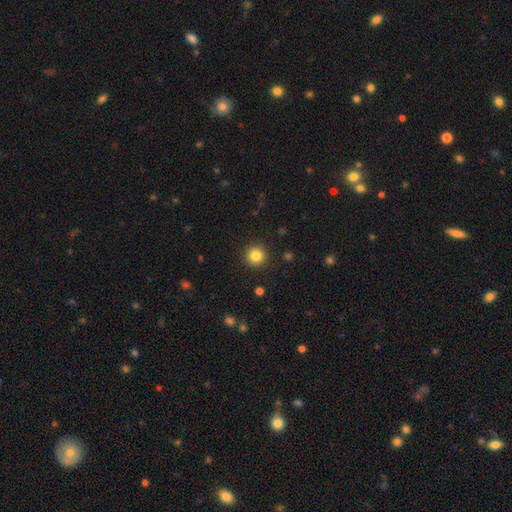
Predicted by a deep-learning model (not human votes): Q: Smooth or featured?
A: smooth (84%); runner-up: star or artifact (11%)
Q: How rounded?
A: round (95%); runner-up: in between (4%)
Q: Merging?
A: none (92%); runner-up: minor disturbance (5%)